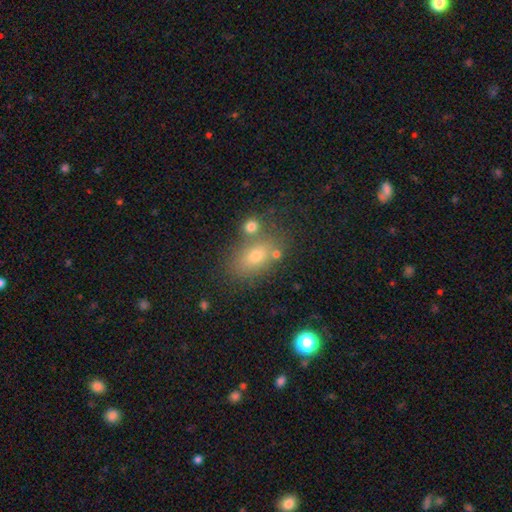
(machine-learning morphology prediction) smooth 70%, featured or disk 16%, star or artifact 14%. Down the decision tree: how rounded — in between (80%); merging — none (65%).